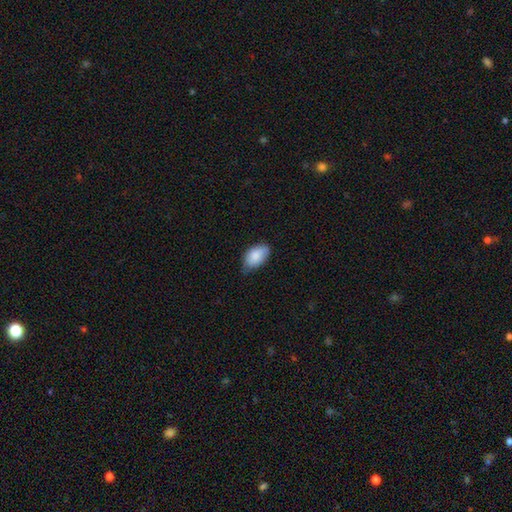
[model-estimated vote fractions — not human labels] smooth_or_featured: smooth (p=0.85) [alt: featured or disk p=0.09]
how_rounded: in between (p=0.94) [alt: round p=0.05]
merging: none (p=0.58) [alt: minor disturbance p=0.36]